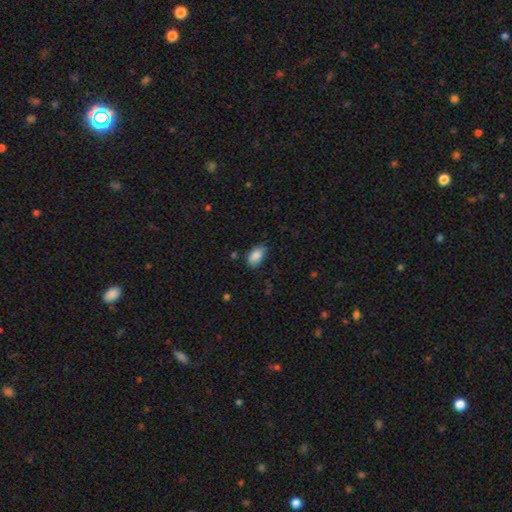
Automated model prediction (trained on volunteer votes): The model was most divided on "merging": none: 71%, minor disturbance: 23%, major disturbance: 4%, merger: 2%. More confident: how rounded — in between (92%); smooth or featured — smooth (87%).